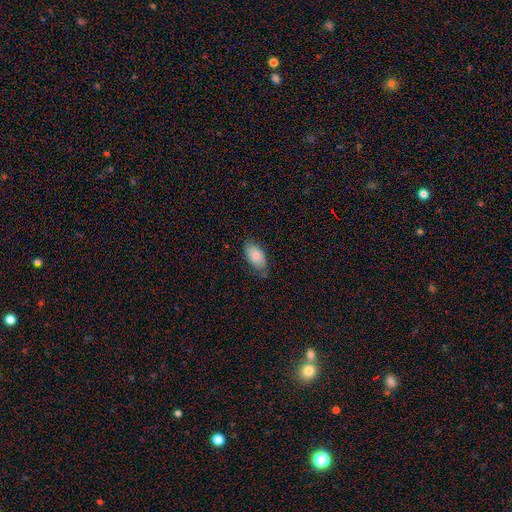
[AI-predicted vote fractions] A smooth galaxy with no disk features (82%) that is in between round and cigar-shaped (94%).

Vote fractions:
- Smooth or featured? smooth: 82% / featured or disk: 11% / star or artifact: 7%
- How rounded? in between: 94% / round: 4% / cigar-shaped: 2%
- Merging? none: 66% / minor disturbance: 27% / major disturbance: 6% / merger: 2%